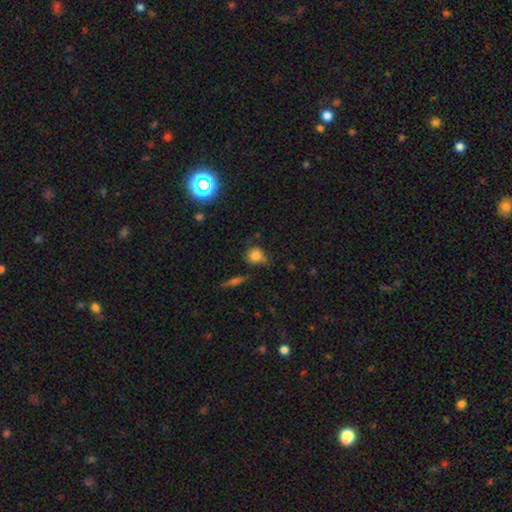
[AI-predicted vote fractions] smooth_or_featured: smooth (p=0.79) [alt: star or artifact p=0.13]
how_rounded: round (p=0.82) [alt: in between p=0.16]
merging: none (p=0.66) [alt: minor disturbance p=0.22]